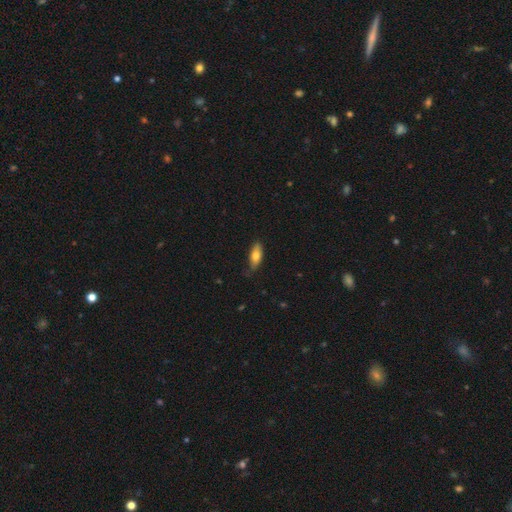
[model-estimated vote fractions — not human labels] This is likely a smooth galaxy (74%). How rounded: likely in between (74%). Merging: likely none (70%).